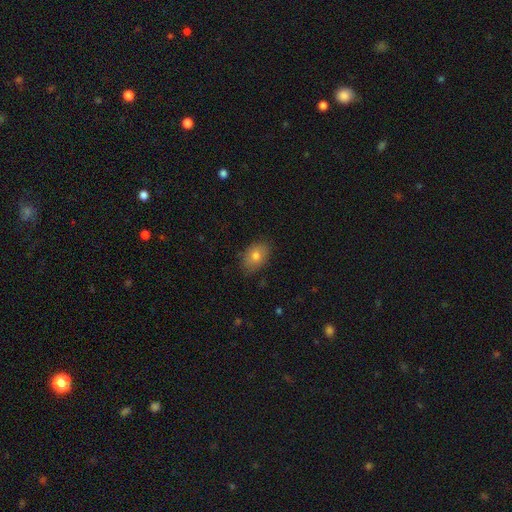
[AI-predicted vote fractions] The model was most divided on "smooth or featured": smooth: 77%, featured or disk: 14%, star or artifact: 8%. More confident: how rounded — in between (81%); merging — none (81%).